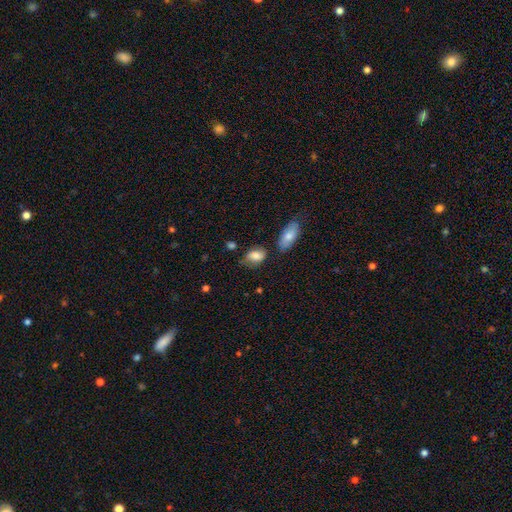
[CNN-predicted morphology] This appears to be a smooth galaxy with no disk features (79%) that is in between round and cigar-shaped (86%). Merging: none (59%).